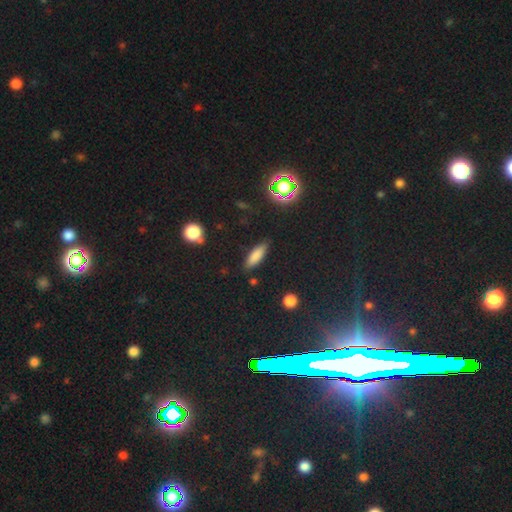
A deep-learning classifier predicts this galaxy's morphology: This is likely a smooth galaxy (80%). How rounded: possibly in between (56%). Merging: clearly none (84%).